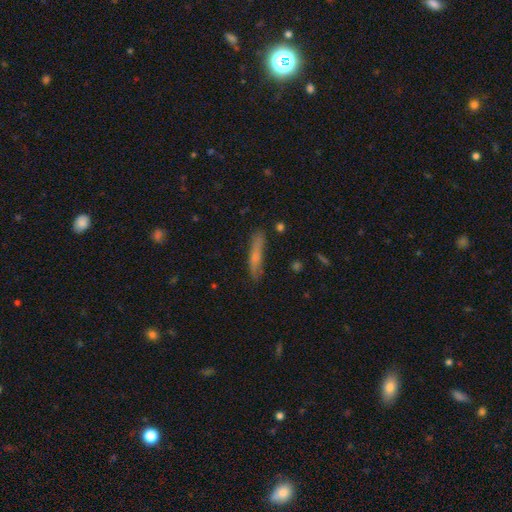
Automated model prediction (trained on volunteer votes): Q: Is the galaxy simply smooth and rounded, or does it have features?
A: smooth — 65%.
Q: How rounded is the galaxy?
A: cigar-shaped — 91%.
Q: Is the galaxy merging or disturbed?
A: none — 79%.